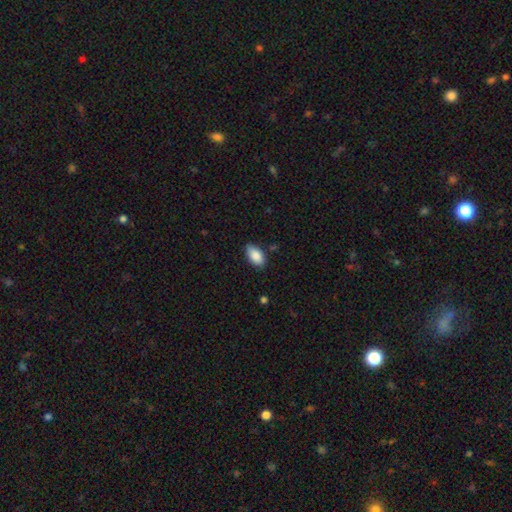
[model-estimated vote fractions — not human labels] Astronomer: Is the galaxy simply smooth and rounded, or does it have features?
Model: smooth — 88%.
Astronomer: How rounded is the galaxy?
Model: in between — 94%.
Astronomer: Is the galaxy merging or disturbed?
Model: none — 81%.